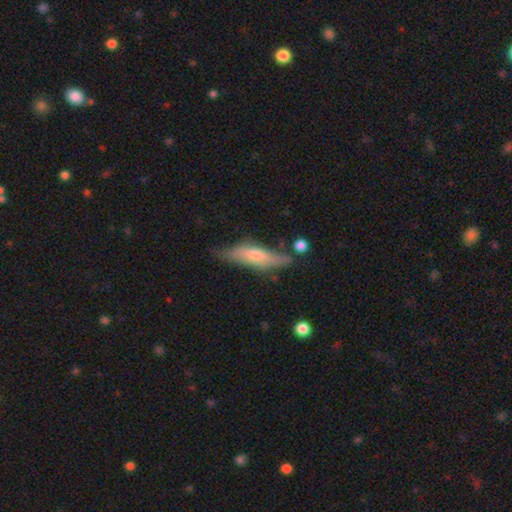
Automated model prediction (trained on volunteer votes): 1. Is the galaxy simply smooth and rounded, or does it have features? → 52% smooth, 42% featured or disk, 6% star or artifact.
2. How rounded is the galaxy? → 67% cigar-shaped, 31% in between, 2% round.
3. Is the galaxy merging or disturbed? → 60% none, 27% minor disturbance, 8% major disturbance, 6% merger.